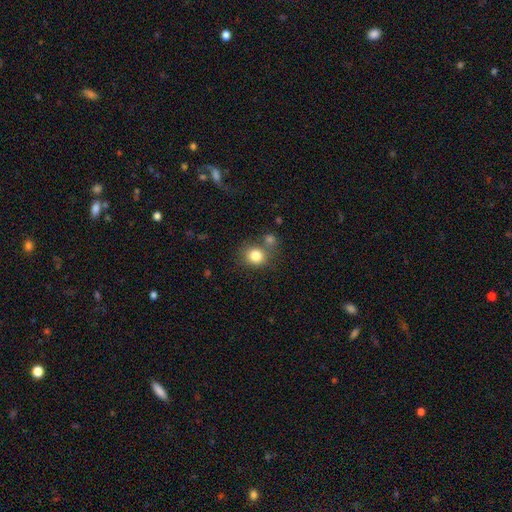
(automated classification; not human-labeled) A smooth galaxy with no disk features (82%) that is round (78%).

Vote fractions:
- Smooth or featured? smooth: 82% / star or artifact: 11% / featured or disk: 7%
- How rounded? round: 78% / in between: 21% / cigar-shaped: 1%
- Merging? none: 63% / merger: 20% / minor disturbance: 12% / major disturbance: 5%